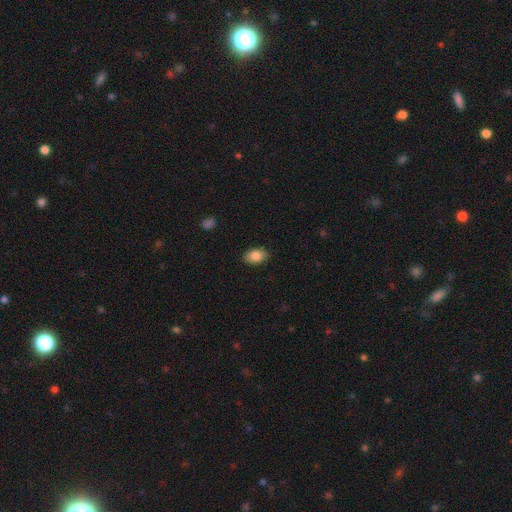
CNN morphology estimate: smooth-or-featured: smooth: 84% | featured or disk: 8% | star or artifact: 7%
  how-rounded: in between: 90% | round: 9% | cigar-shaped: 1%
  merging: none: 88% | minor disturbance: 9% | major disturbance: 2% | merger: 1%